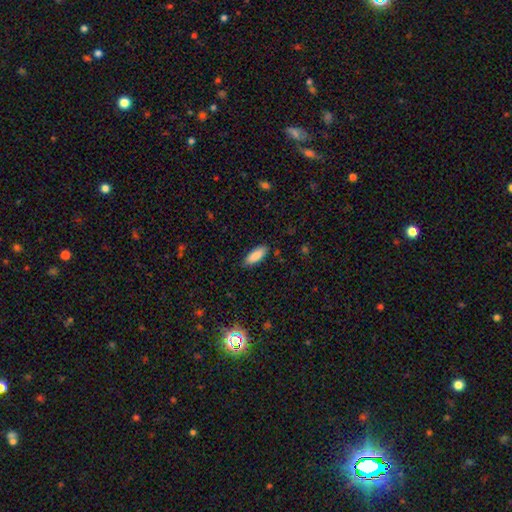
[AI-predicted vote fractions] Morphology: type=smooth (86%); roundness=in between (71%); merging=none (84%).